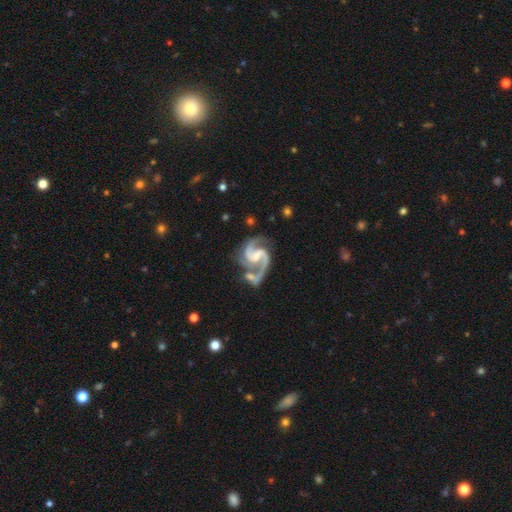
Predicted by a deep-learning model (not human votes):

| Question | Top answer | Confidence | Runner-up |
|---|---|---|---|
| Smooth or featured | featured or disk | 93% | star or artifact (4%) |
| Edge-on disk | no | 98% | yes (2%) |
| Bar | weak | 45% | no (30%) |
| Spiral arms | yes | 98% | no (2%) |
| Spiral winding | medium | 63% | loose (18%) |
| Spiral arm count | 2 | 90% | 3 (4%) |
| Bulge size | none | 42% | small (32%) |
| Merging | none | 52% | merger (20%) |